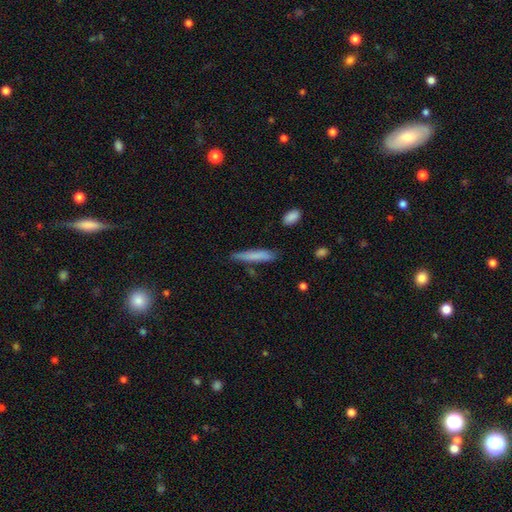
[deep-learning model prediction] The model was most divided on "smooth or featured": smooth: 75%, featured or disk: 19%, star or artifact: 7%. More confident: how rounded — cigar-shaped (93%); merging — none (80%).